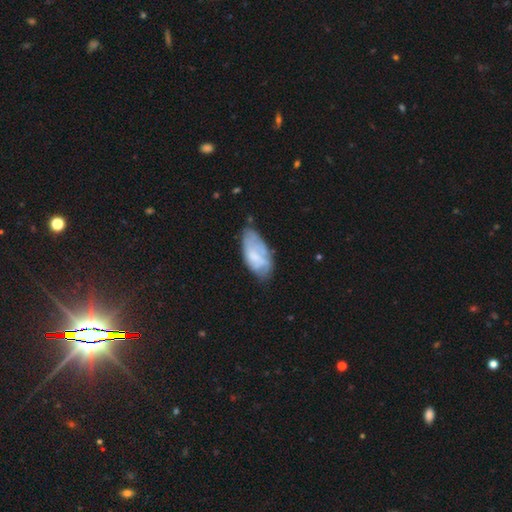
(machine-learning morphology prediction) Smooth or featured? smooth (54%)
How rounded? in between (91%)
Merging? none (46%)